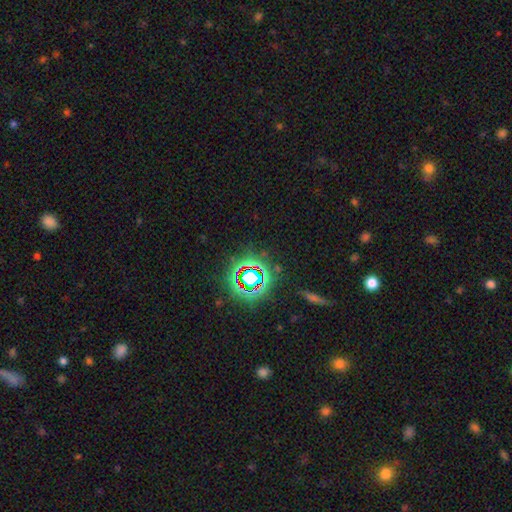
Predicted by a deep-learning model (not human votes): The model was most divided on "smooth or featured": star or artifact: 74%, smooth: 16%, featured or disk: 10%.